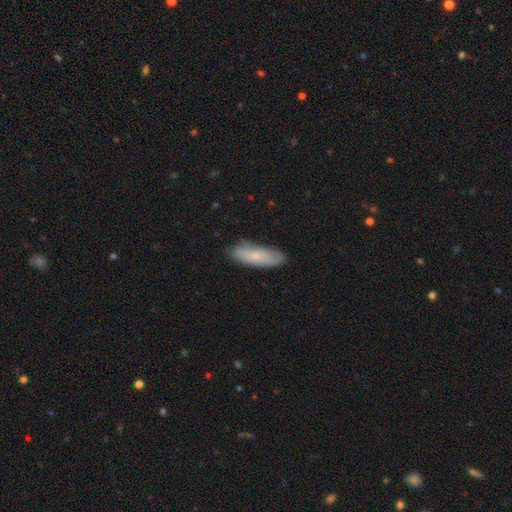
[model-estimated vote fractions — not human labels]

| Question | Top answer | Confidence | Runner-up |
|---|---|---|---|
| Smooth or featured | smooth | 72% | featured or disk (22%) |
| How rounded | in between | 55% | cigar-shaped (43%) |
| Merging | none | 79% | minor disturbance (17%) |